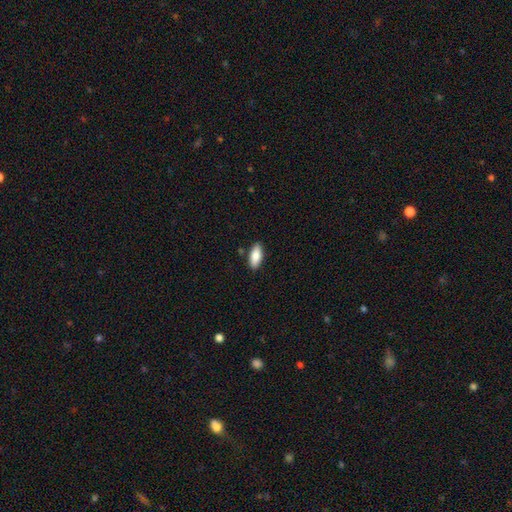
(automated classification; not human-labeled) A smooth galaxy with no disk features (83%) that is in between round and cigar-shaped (81%).

Vote fractions:
- Smooth or featured? smooth: 83% / featured or disk: 11% / star or artifact: 6%
- How rounded? in between: 81% / cigar-shaped: 17% / round: 2%
- Merging? none: 87% / minor disturbance: 9% / merger: 2% / major disturbance: 2%